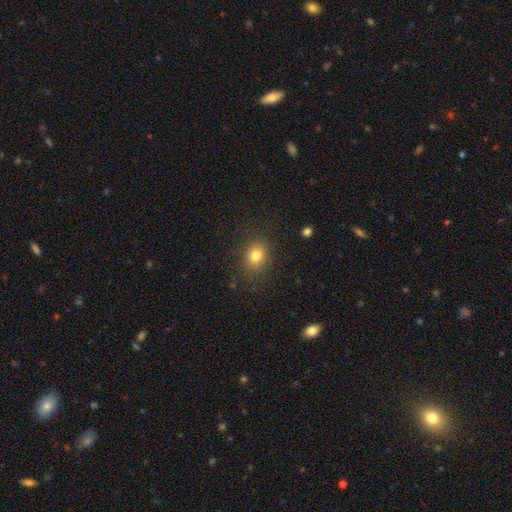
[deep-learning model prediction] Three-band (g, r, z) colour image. It shows a smooth galaxy with no disk features (79%) that is round (59%). Merging: none (85%).